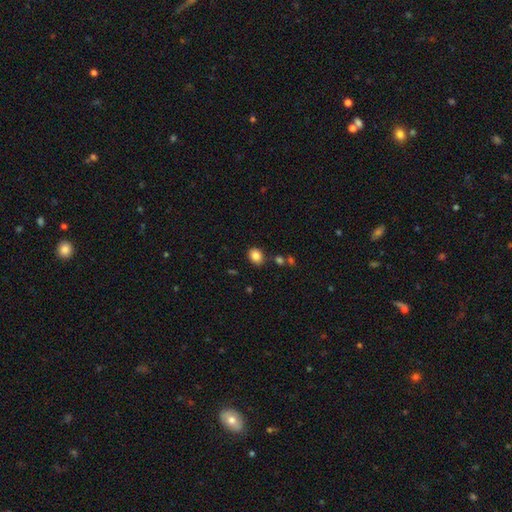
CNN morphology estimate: Smooth or featured? Predicted: smooth (p=0.84). How rounded? Predicted: in between (p=0.55). Merging? Predicted: none (p=0.84).